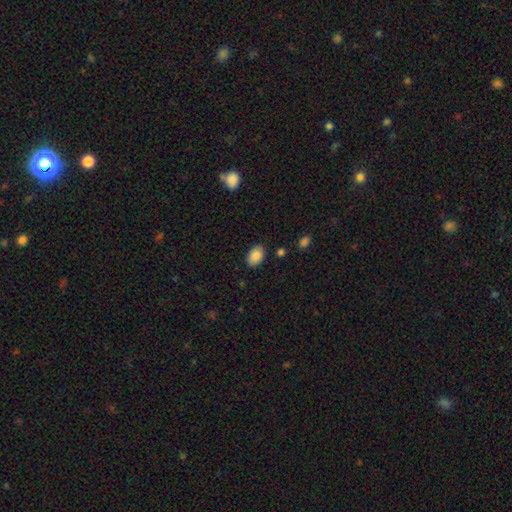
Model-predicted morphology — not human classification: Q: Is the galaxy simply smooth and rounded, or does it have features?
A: smooth — 85%.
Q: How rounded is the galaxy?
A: in between — 88%.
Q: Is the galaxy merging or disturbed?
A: none — 85%.